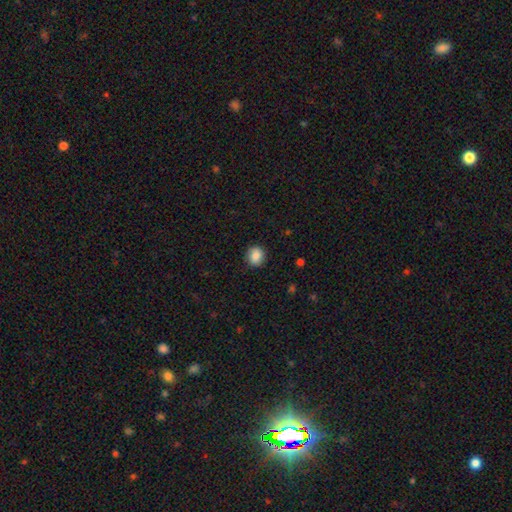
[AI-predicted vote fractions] Overall: smooth (83%). How rounded: round (81%). Merging: none (87%).